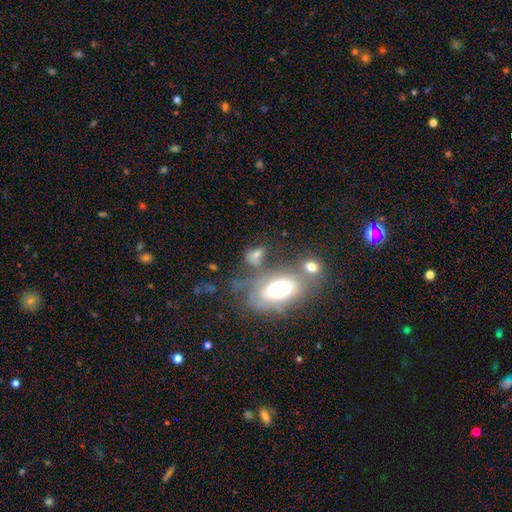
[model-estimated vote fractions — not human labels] Smooth or featured? smooth (58%)
How rounded? in between (75%)
Merging? none (40%)